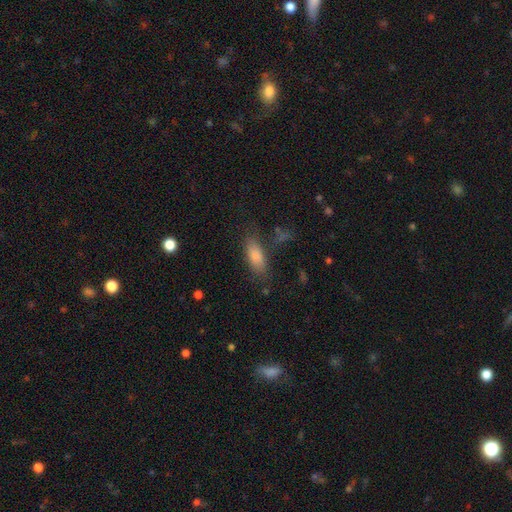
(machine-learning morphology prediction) Q: Smooth or featured?
A: smooth (83%); runner-up: star or artifact (9%)
Q: How rounded?
A: in between (78%); runner-up: cigar-shaped (19%)
Q: Merging?
A: none (71%); runner-up: minor disturbance (17%)